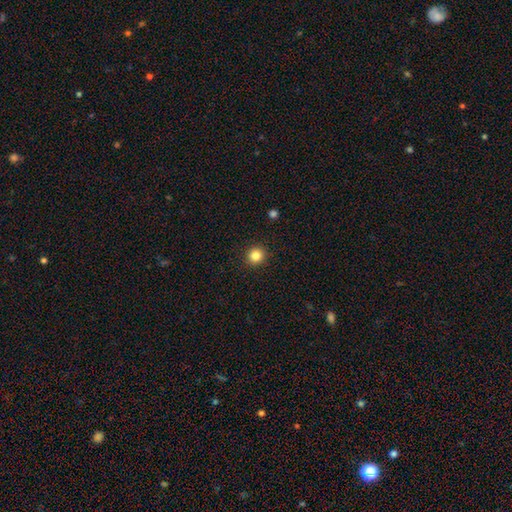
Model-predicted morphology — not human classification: smooth 84%, star or artifact 12%, featured or disk 5%. Down the decision tree: how rounded — round (93%); merging — none (93%).